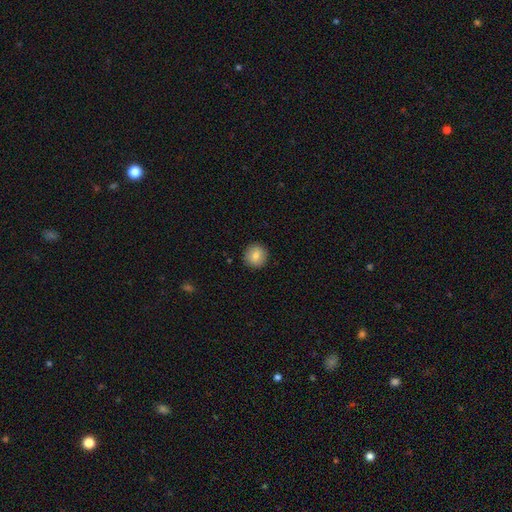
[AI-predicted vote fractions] This is clearly a smooth galaxy (82%). How rounded: clearly round (93%). Merging: clearly none (92%).